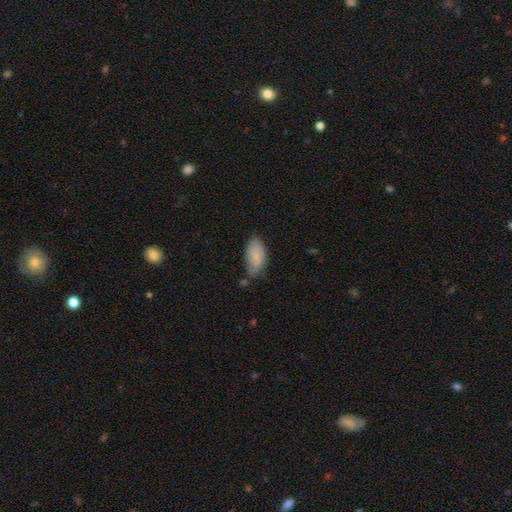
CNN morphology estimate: This appears to be a smooth galaxy with no disk features (84%) that is in between round and cigar-shaped (94%). Merging: none (56%).